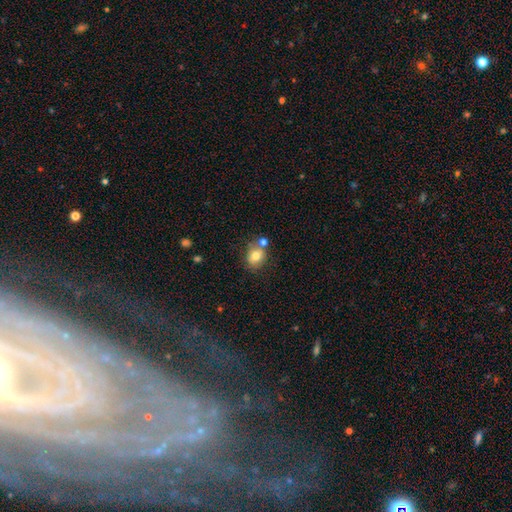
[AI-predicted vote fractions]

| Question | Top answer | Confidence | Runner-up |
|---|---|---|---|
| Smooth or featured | smooth | 76% | featured or disk (14%) |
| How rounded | round | 58% | in between (41%) |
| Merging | none | 60% | merger (21%) |